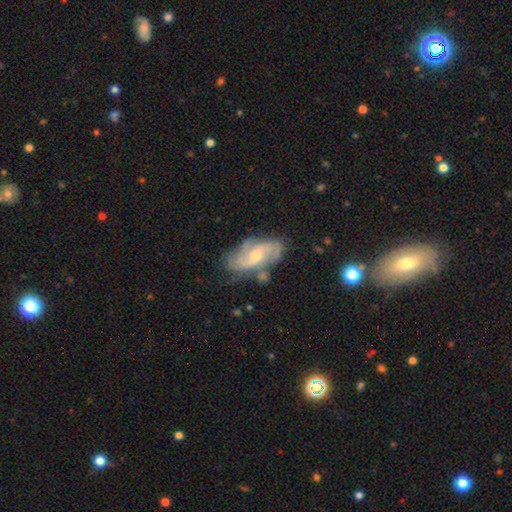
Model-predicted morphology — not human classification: Smooth or featured?
  - featured or disk: 78% *
  - smooth: 15%
  - star or artifact: 7%
Edge-on disk?
  - no: 94% *
  - yes: 6%
Bar?
  - weak: 45% *
  - no: 44%
  - strong: 11%
Spiral arms?
  - yes: 93% *
  - no: 7%
Spiral winding?
  - medium: 45% *
  - loose: 33%
  - tight: 23%
Spiral arm count?
  - 2: 65% *
  - can't tell: 15%
  - 3: 13%
  - 4: 3%
  - 1: 3%
  - more than 4: 2%
Bulge size?
  - small: 50% *
  - moderate: 46%
  - none: 2%
  - large: 2%
  - dominant: 1%
Merging?
  - none: 68% *
  - minor disturbance: 21%
  - major disturbance: 7%
  - merger: 5%